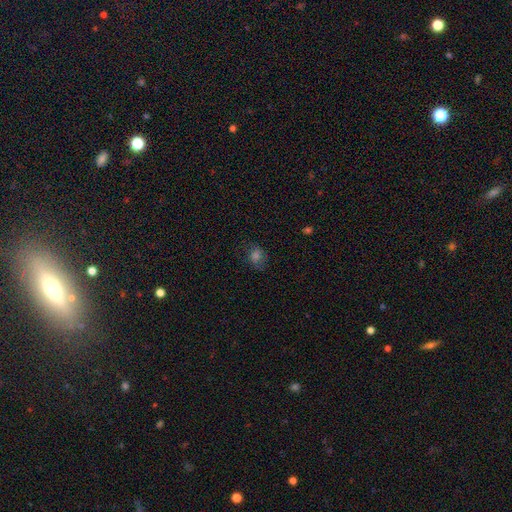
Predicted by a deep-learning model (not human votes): This appears to be a smooth galaxy with no disk features (61%) that is round (52%). Merging: none (71%).